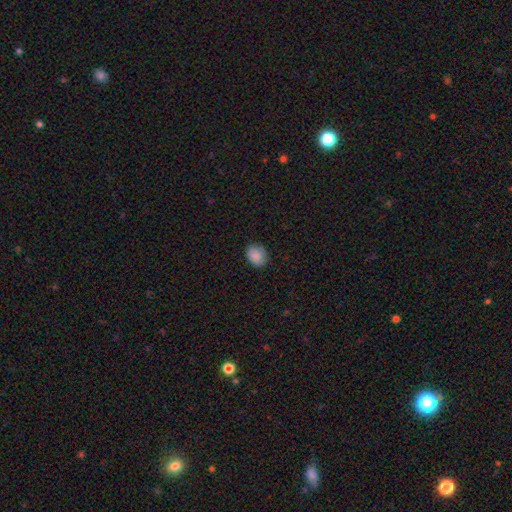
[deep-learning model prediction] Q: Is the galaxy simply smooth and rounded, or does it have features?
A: smooth — 88%.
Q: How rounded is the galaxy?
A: in between — 55%.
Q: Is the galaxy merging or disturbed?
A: none — 85%.